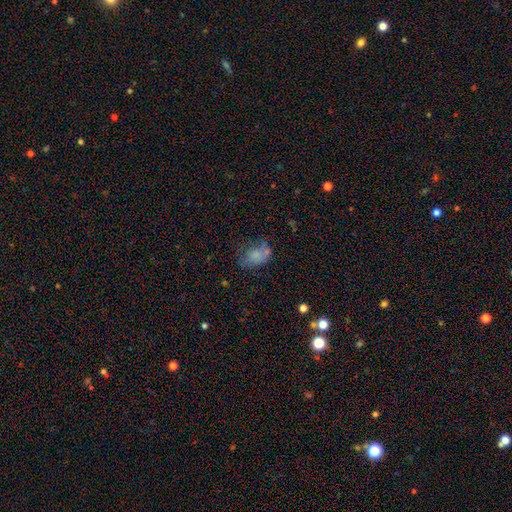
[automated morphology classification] Q: Smooth or featured?
A: smooth (71%); runner-up: featured or disk (17%)
Q: How rounded?
A: in between (78%); runner-up: round (21%)
Q: Merging?
A: none (38%); runner-up: minor disturbance (27%)